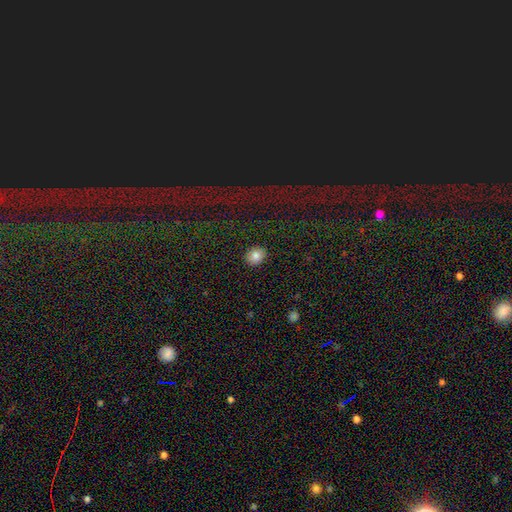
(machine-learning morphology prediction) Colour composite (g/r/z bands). It shows a smooth galaxy with no disk features (83%) that is round (73%). Merging: none (90%).